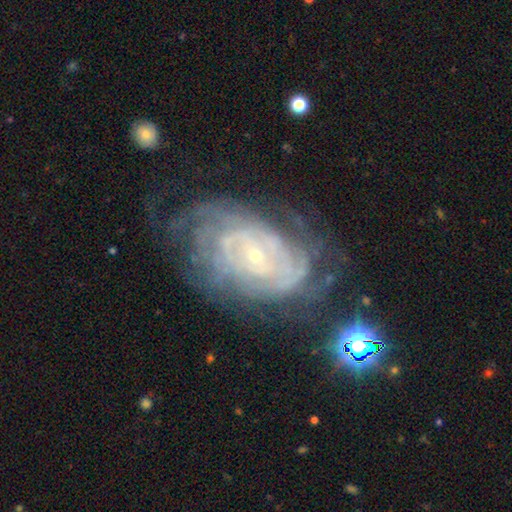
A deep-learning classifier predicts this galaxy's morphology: This appears to be a featured or disk galaxy (85%) with no bar (58%), tight (76%) spiral arms (93%) and a small central bulge (81%). Merging: none (63%).